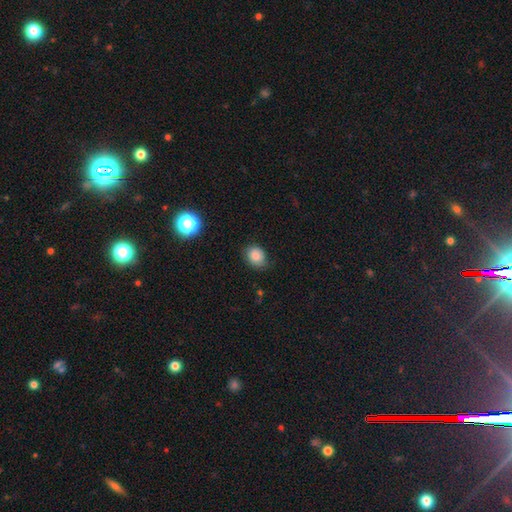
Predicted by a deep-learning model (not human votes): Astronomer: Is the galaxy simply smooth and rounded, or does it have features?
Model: smooth — 84%.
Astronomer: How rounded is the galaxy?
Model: round — 52% (runner-up: in between, 47%).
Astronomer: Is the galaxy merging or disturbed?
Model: none — 70%.